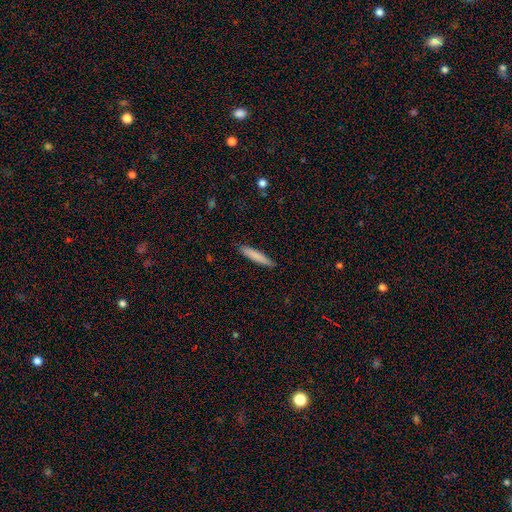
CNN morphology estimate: This appears to be a smooth galaxy with no disk features (81%) that is cigar-shaped (92%). Merging: none (89%).